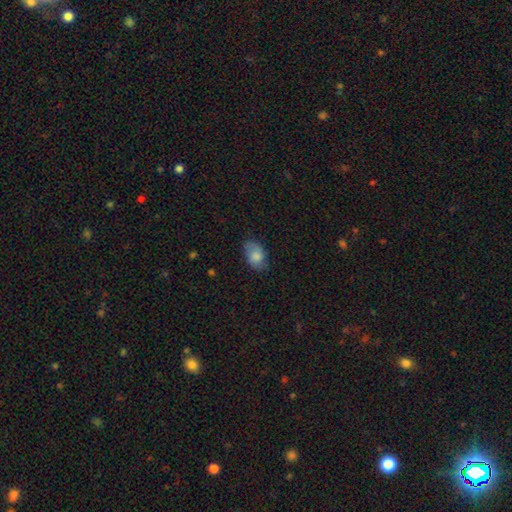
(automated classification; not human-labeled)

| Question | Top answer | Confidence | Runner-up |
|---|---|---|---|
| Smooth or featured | smooth | 75% | featured or disk (17%) |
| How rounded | in between | 88% | round (11%) |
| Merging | none | 67% | minor disturbance (25%) |